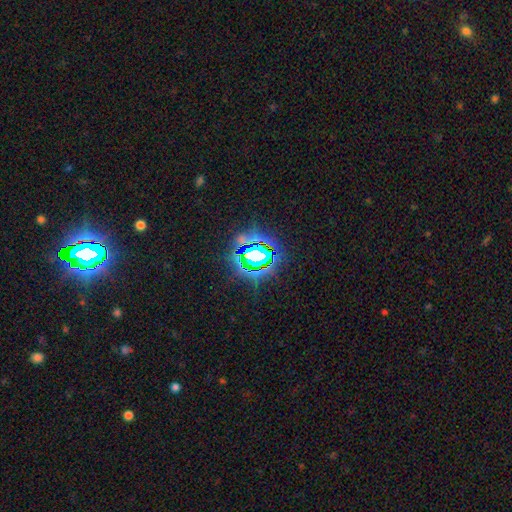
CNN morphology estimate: type=star or artifact (75%).